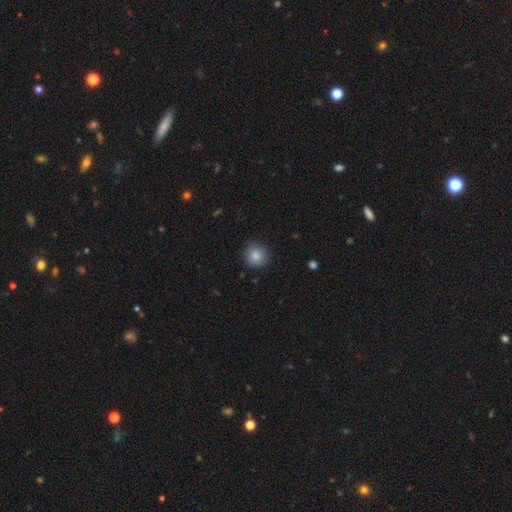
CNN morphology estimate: This appears to be a smooth galaxy with no disk features (85%) that is round (94%). Merging: none (89%).